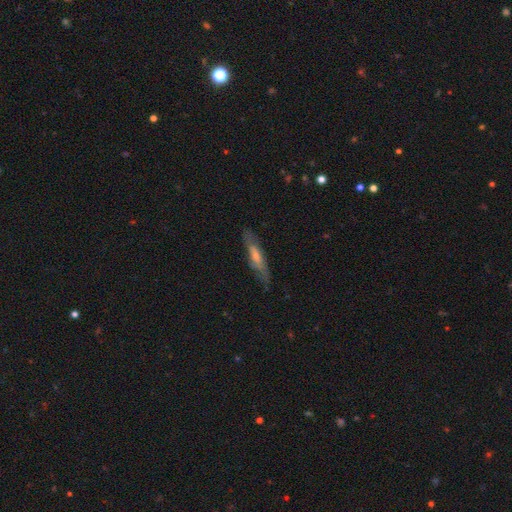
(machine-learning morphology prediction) smooth-or-featured: featured or disk: 58% | smooth: 35% | star or artifact: 7%
  disk-edge-on: yes: 62% | no: 38%
  merging: none: 79% | minor disturbance: 16% | major disturbance: 4% | merger: 1%